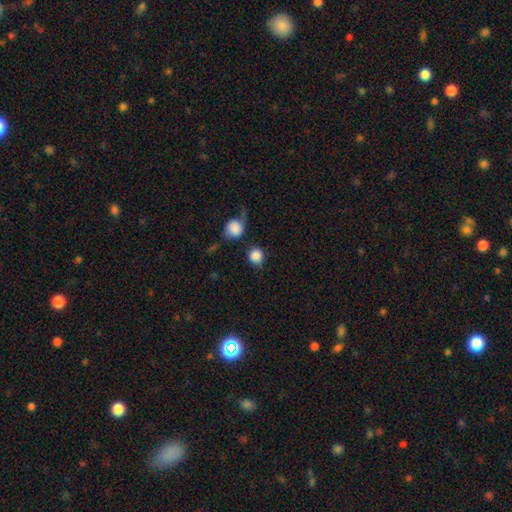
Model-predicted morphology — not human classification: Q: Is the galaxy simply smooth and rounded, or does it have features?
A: smooth — 87%.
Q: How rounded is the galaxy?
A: round — 83%.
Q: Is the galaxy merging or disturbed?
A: none — 67%.